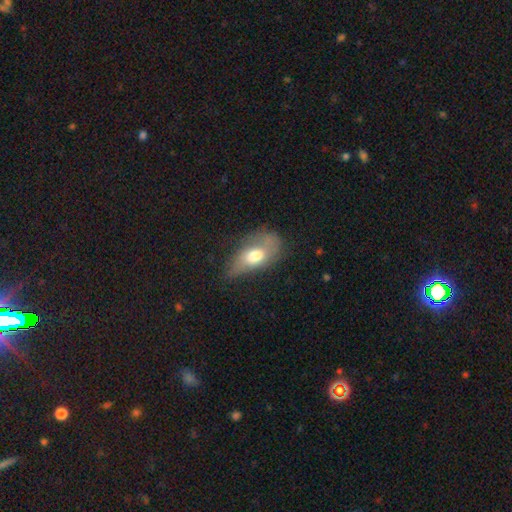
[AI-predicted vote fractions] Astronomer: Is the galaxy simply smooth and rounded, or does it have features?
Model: smooth — 57% (runner-up: featured or disk, 35%).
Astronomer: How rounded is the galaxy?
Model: in between — 86%.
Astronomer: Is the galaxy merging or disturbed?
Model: minor disturbance — 37% (runner-up: none, 32%).